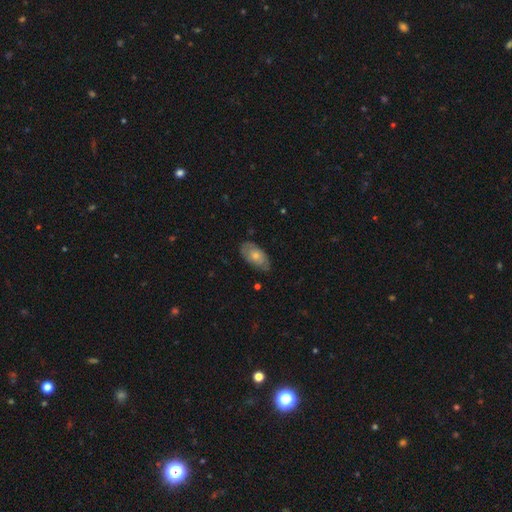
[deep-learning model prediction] The model was most divided on "smooth or featured": smooth: 58%, featured or disk: 35%, star or artifact: 6%. More confident: how rounded — in between (93%); merging — none (74%).